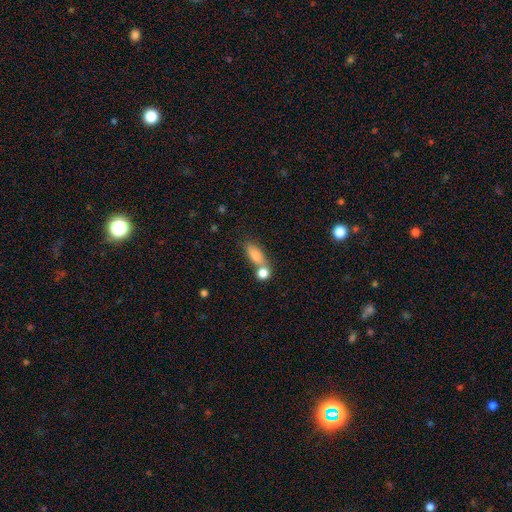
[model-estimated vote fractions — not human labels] smooth-or-featured: smooth: 81% | featured or disk: 10% | star or artifact: 9%
  how-rounded: in between: 74% | cigar-shaped: 18% | round: 8%
  merging: none: 46% | merger: 36% | minor disturbance: 12% | major disturbance: 5%